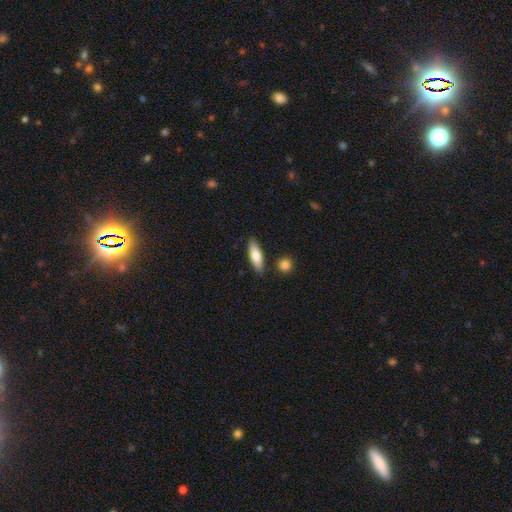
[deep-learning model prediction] Smooth or featured?
  - smooth: 75% *
  - featured or disk: 20%
  - star or artifact: 6%
How rounded?
  - in between: 51% *
  - cigar-shaped: 47%
  - round: 3%
Merging?
  - none: 83% *
  - minor disturbance: 10%
  - merger: 4%
  - major disturbance: 2%